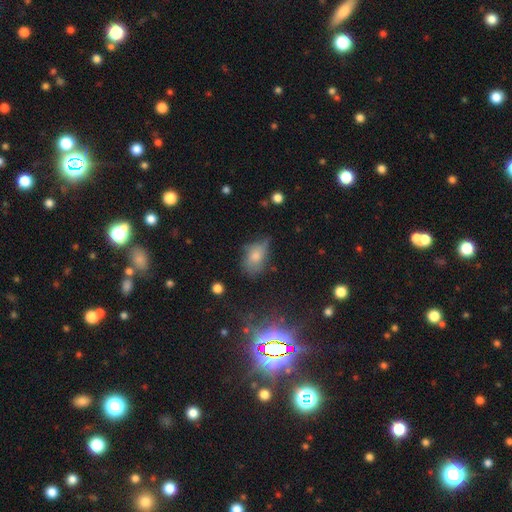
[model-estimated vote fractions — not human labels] Q: Smooth or featured?
A: smooth (67%); runner-up: featured or disk (20%)
Q: How rounded?
A: in between (84%); runner-up: round (14%)
Q: Merging?
A: none (44%); runner-up: minor disturbance (37%)